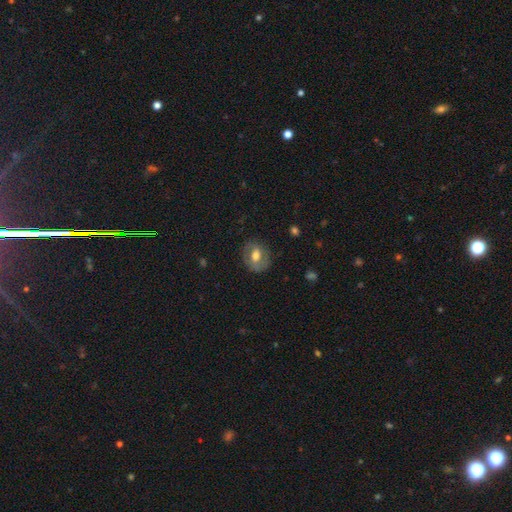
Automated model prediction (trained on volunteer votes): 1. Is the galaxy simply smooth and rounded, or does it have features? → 48% smooth, 44% featured or disk, 7% star or artifact.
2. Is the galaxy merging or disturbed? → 75% none, 17% minor disturbance, 7% major disturbance, 1% merger.